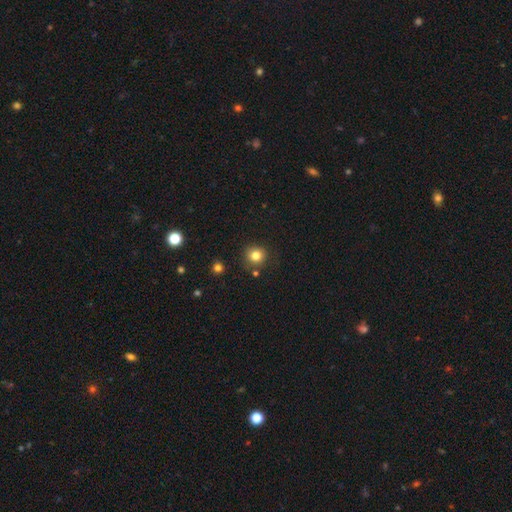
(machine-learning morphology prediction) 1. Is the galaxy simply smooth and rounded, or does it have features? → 81% smooth, 13% star or artifact, 6% featured or disk.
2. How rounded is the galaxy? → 91% round, 8% in between, 1% cigar-shaped.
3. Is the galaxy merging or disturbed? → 83% none, 10% minor disturbance, 4% merger, 3% major disturbance.